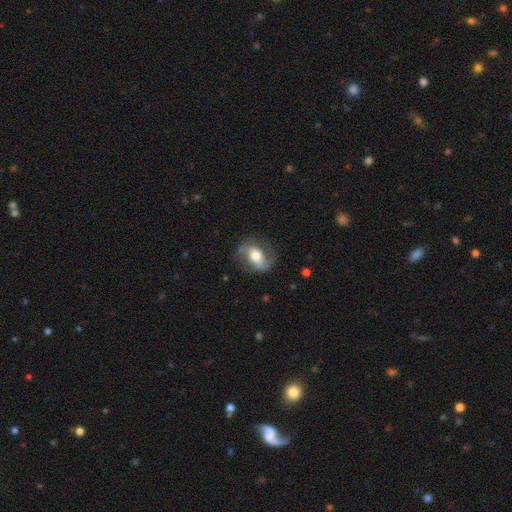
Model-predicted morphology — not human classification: Smooth or featured: featured or disk — 71% (smooth — 22%)
Edge-on disk: no — 96% (yes — 4%)
Bar: no — 39% (weak — 38%)
Spiral arms: yes — 89% (no — 11%)
Spiral winding: medium — 45% (loose — 39%)
Spiral arm count: 2 — 87% (1 — 5%)
Bulge size: moderate — 61% (large — 25%)
Merging: none — 72% (minor disturbance — 17%)